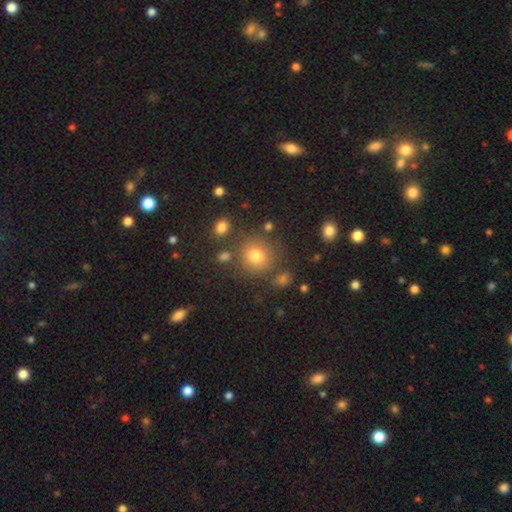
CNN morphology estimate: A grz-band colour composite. It shows a smooth galaxy with no disk features (77%) that is round (87%). Merging: none (79%).